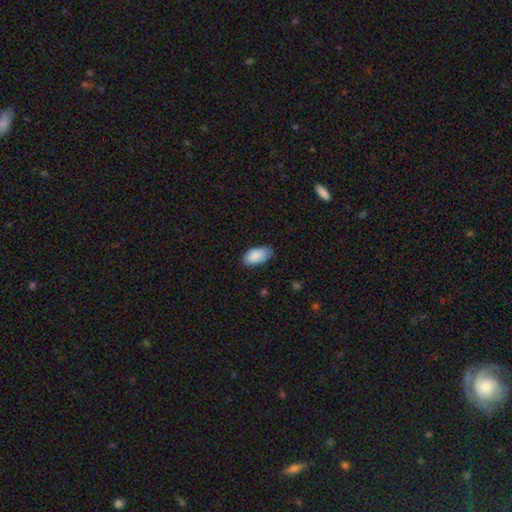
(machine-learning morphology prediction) smooth-or-featured: smooth: 89% | star or artifact: 6% | featured or disk: 5%
  how-rounded: in between: 94% | cigar-shaped: 3% | round: 2%
  merging: none: 79% | minor disturbance: 17% | major disturbance: 3% | merger: 1%